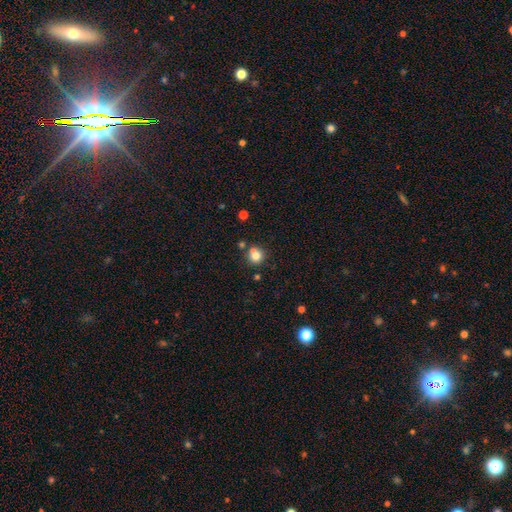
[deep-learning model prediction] Morphology: type=smooth (77%); roundness=round (91%); merging=none (60%).